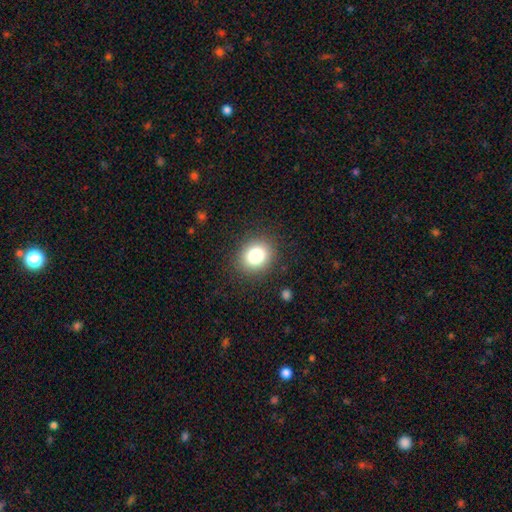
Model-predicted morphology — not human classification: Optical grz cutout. It shows a smooth galaxy with no disk features (82%) that is round (66%). Merging: none (87%).